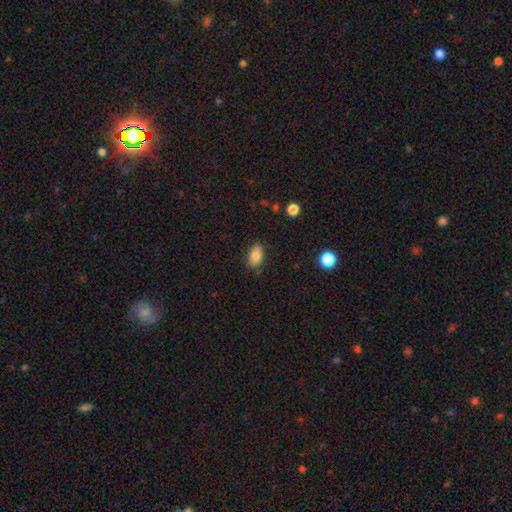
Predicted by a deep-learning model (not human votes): Smooth or featured? smooth (82%)
How rounded? in between (90%)
Merging? none (82%)